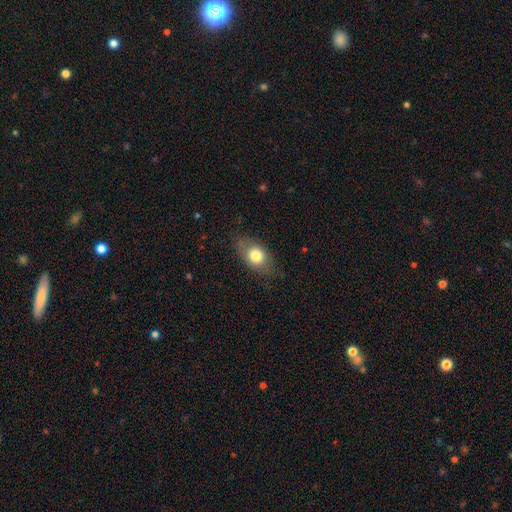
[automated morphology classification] This is likely a smooth galaxy (73%). How rounded: likely in between (73%). Merging: likely none (75%).